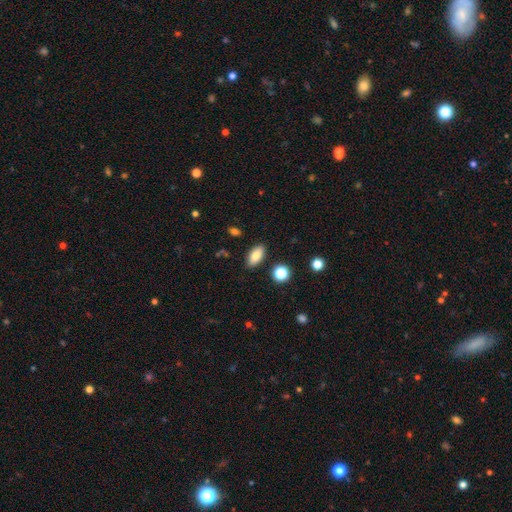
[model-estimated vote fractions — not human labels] This appears to be a smooth galaxy with no disk features (79%) that is in between round and cigar-shaped (87%). Merging: none (87%).